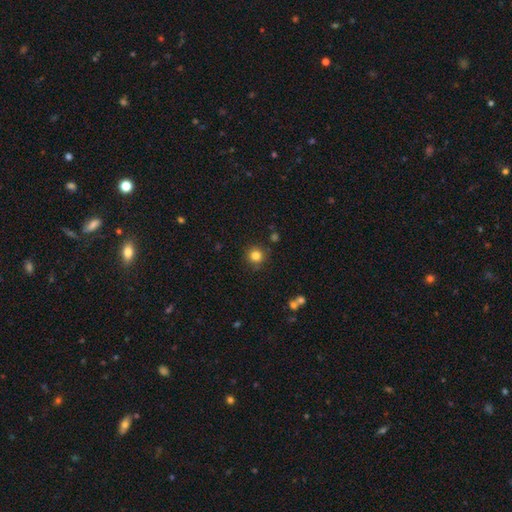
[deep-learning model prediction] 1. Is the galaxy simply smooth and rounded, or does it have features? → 82% smooth, 12% star or artifact, 6% featured or disk.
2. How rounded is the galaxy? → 93% round, 6% in between, 1% cigar-shaped.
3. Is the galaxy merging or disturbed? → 85% none, 9% minor disturbance, 3% merger, 3% major disturbance.